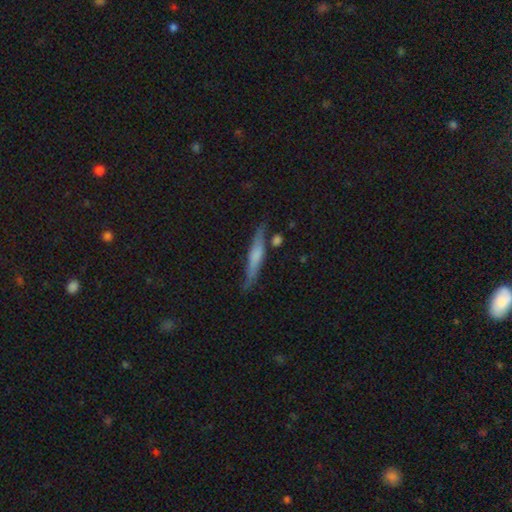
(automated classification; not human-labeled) Smooth or featured? featured or disk (51%)
Edge-on disk? yes (89%)
Merging? none (72%)